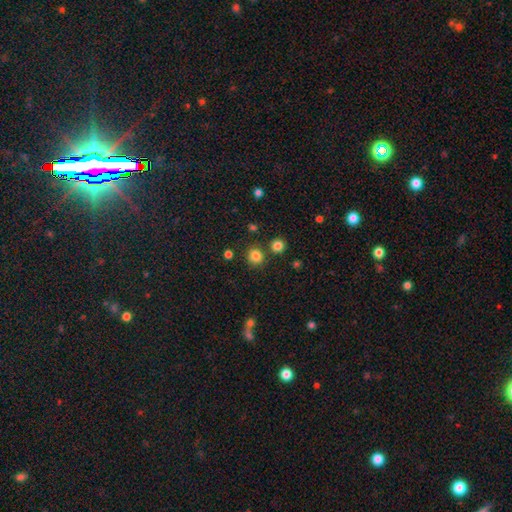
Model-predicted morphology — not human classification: smooth-or-featured: smooth: 82% | star or artifact: 14% | featured or disk: 4%
  how-rounded: round: 91% | in between: 8% | cigar-shaped: 1%
  merging: none: 83% | minor disturbance: 7% | merger: 7% | major disturbance: 3%